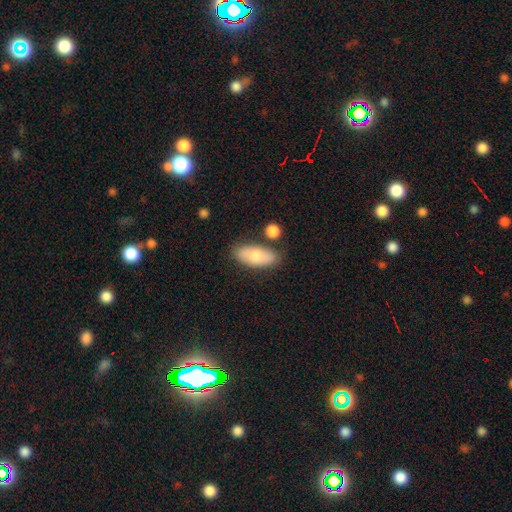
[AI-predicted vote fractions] Morphology: type=smooth (76%); roundness=in between (87%); merging=none (73%).